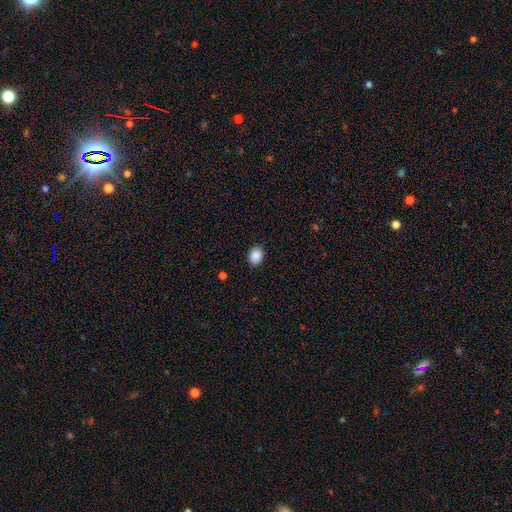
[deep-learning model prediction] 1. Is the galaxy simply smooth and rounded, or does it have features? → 89% smooth, 8% star or artifact, 3% featured or disk.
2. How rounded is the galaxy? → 57% in between, 42% round, 1% cigar-shaped.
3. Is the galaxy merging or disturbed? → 90% none, 7% minor disturbance, 2% major disturbance, 1% merger.